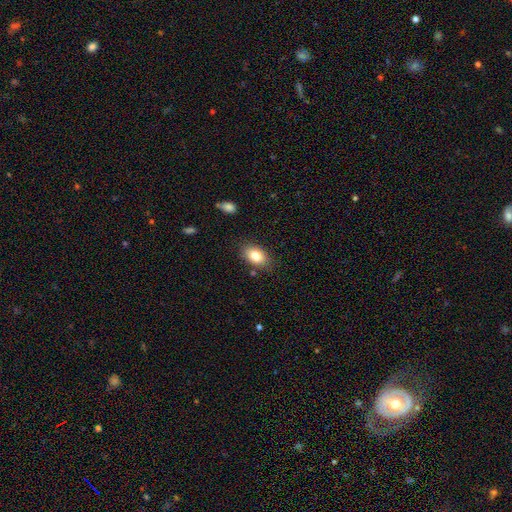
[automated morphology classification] A smooth galaxy with no disk features (80%) that is in between round and cigar-shaped (85%). Merging: none (83%).